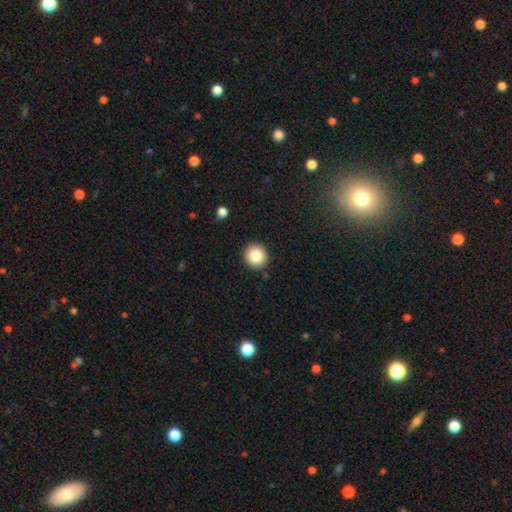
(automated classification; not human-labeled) Smooth or featured?
  - smooth: 84% *
  - star or artifact: 10%
  - featured or disk: 7%
How rounded?
  - round: 91% *
  - in between: 8%
  - cigar-shaped: 1%
Merging?
  - none: 90% *
  - minor disturbance: 6%
  - major disturbance: 2%
  - merger: 1%